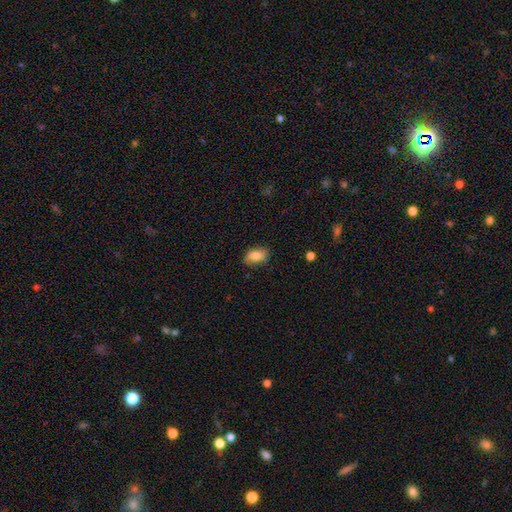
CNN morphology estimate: Smooth or featured? Predicted: smooth (p=0.79). How rounded? Predicted: in between (p=0.88). Merging? Predicted: none (p=0.79).